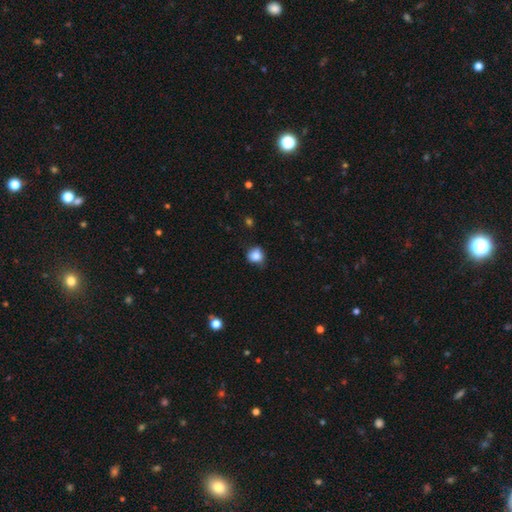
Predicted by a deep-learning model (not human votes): Smooth or featured? smooth (84%)
How rounded? round (74%)
Merging? none (63%)